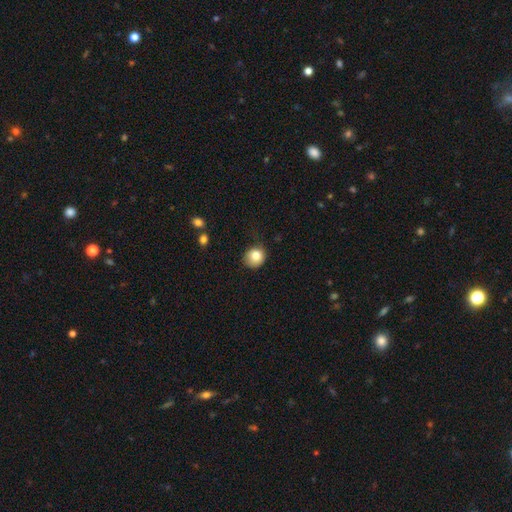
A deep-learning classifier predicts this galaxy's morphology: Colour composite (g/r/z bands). It shows a smooth galaxy with no disk features (83%) that is round (80%). Merging: none (60%).